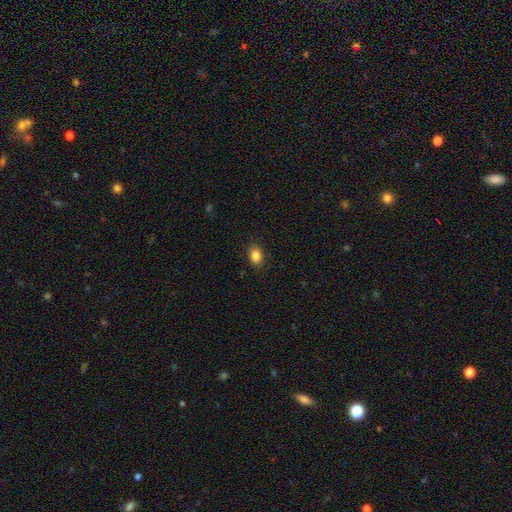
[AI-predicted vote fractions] smooth-or-featured: smooth: 84% | star or artifact: 10% | featured or disk: 6%
  how-rounded: in between: 73% | round: 25% | cigar-shaped: 1%
  merging: none: 88% | minor disturbance: 9% | major disturbance: 2% | merger: 1%